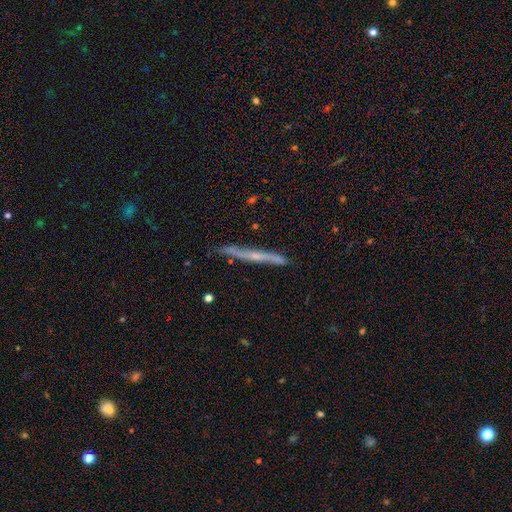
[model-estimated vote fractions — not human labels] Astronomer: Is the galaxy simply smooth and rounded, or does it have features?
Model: featured or disk — 66%.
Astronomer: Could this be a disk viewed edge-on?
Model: yes — 94%.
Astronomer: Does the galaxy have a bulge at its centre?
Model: none — 54% (runner-up: rounded, 39%).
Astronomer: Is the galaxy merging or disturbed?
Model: none — 82%.